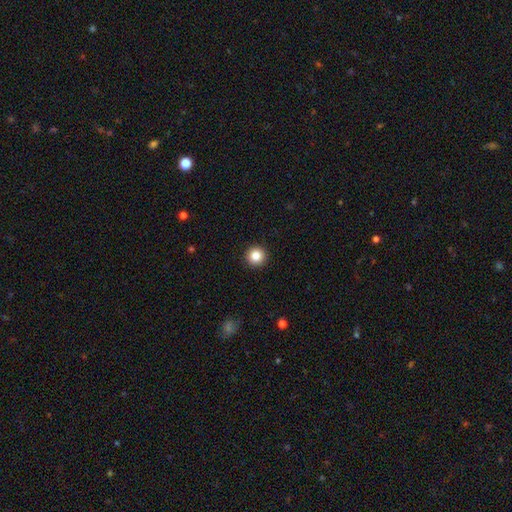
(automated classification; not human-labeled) smooth-or-featured: smooth: 85% | star or artifact: 10% | featured or disk: 4%
  how-rounded: round: 96% | in between: 3% | cigar-shaped: 1%
  merging: none: 93% | minor disturbance: 4% | major disturbance: 2% | merger: 1%